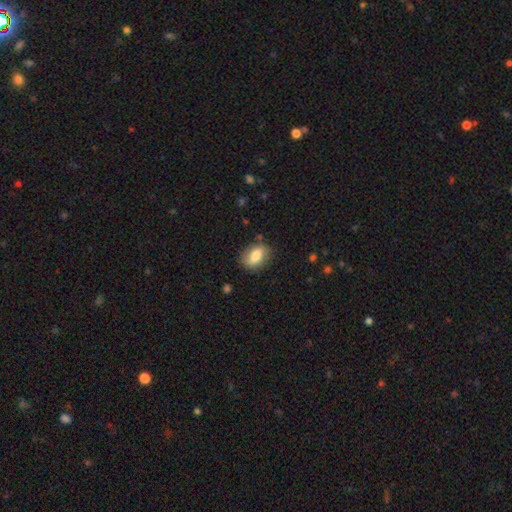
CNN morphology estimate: A smooth galaxy with no disk features (77%) that is in between round and cigar-shaped (79%). Merging: none (78%).